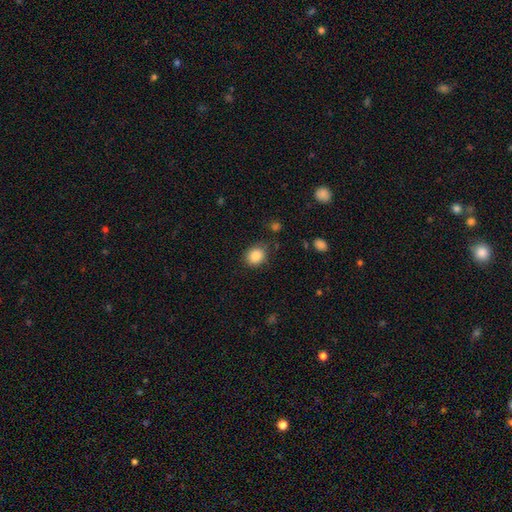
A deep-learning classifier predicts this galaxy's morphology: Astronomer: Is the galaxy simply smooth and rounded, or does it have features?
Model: smooth — 86%.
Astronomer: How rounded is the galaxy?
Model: round — 63%.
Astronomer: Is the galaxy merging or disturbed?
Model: none — 80%.